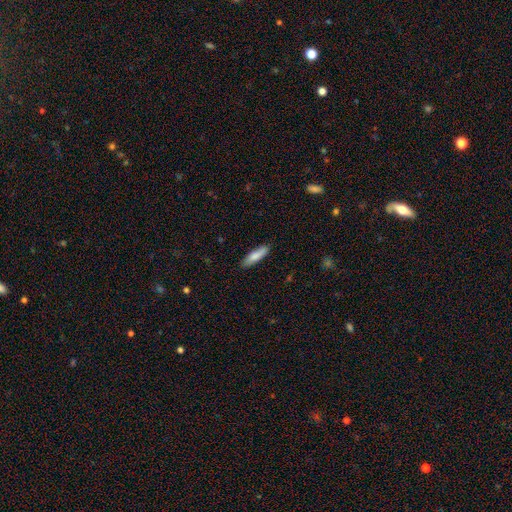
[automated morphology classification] The model was most divided on "how rounded": cigar-shaped: 68%, in between: 31%, round: 1%. More confident: merging — none (86%); smooth or featured — smooth (81%).